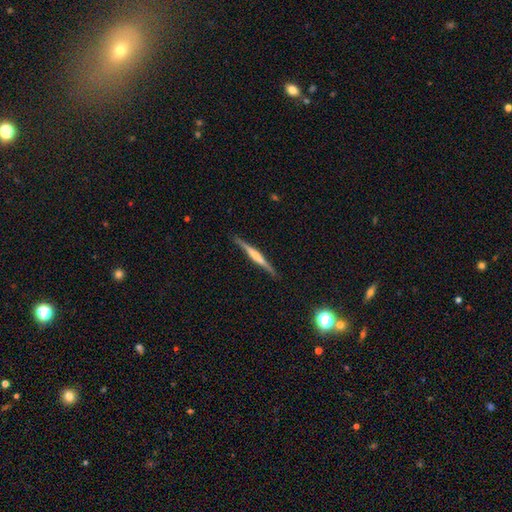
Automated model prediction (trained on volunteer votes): smooth_or_featured: featured or disk (p=0.69) [alt: smooth p=0.26]
disk_edge_on: yes (p=0.98) [alt: no p=0.02]
edge_on_bulge: rounded (p=0.60) [alt: none p=0.22]
merging: none (p=0.89) [alt: minor disturbance p=0.09]